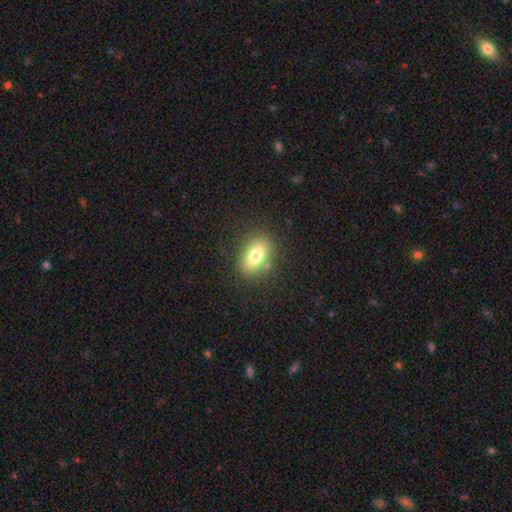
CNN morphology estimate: A smooth galaxy with no disk features (75%) that is in between round and cigar-shaped (82%). Merging: none (80%).